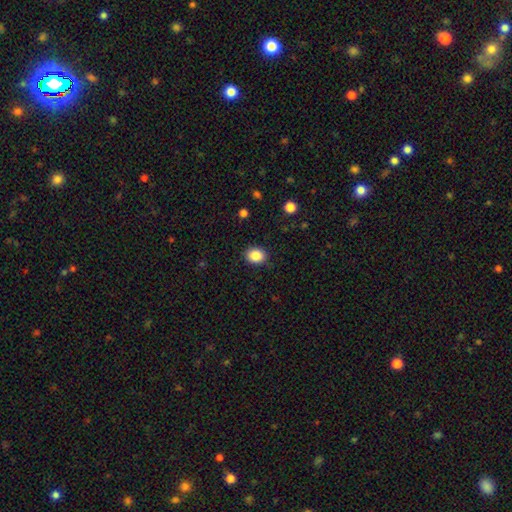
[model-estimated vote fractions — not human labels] Smooth or featured? smooth (87%)
How rounded? round (56%)
Merging? none (88%)